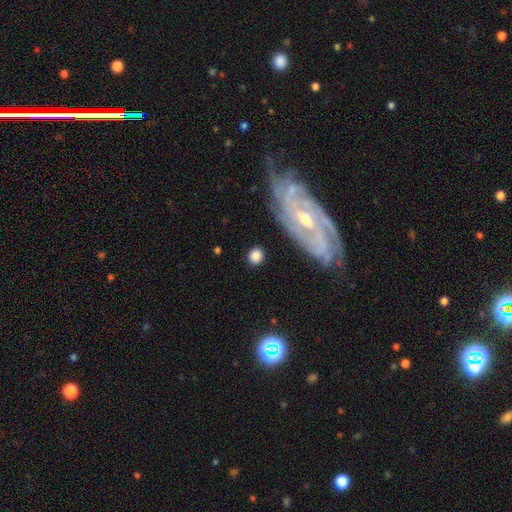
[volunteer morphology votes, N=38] A smooth galaxy with no disk features (71%) that is round (70%).

Vote fractions:
- Smooth or featured? smooth: 71% / featured or disk: 21% / star or artifact: 8%
- How rounded? round: 70% / in between: 30% / cigar-shaped: 0%
- Merging? none: 77% / major disturbance: 11% / minor disturbance: 9% / merger: 3%